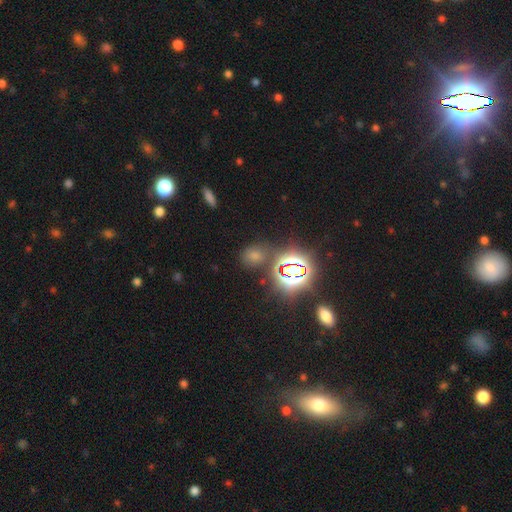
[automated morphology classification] smooth 49%, star or artifact 43%, featured or disk 8%. Down the decision tree: merging — none (71%).